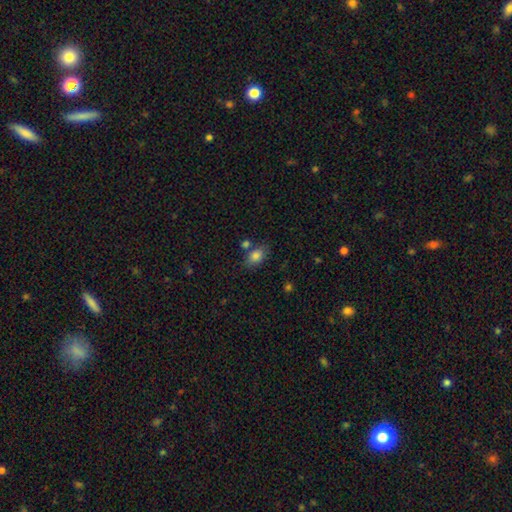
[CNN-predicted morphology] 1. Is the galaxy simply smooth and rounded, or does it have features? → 83% smooth, 9% star or artifact, 7% featured or disk.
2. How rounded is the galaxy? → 79% in between, 20% round, 2% cigar-shaped.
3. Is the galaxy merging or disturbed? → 66% none, 16% minor disturbance, 13% merger, 5% major disturbance.